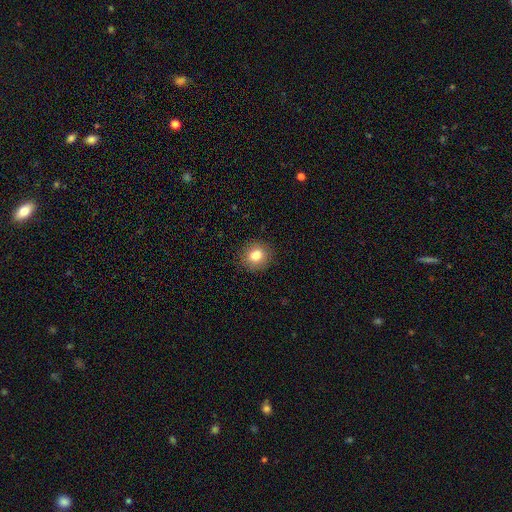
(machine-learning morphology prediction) Smooth or featured?
  - smooth: 81% *
  - star or artifact: 10%
  - featured or disk: 8%
How rounded?
  - round: 82% *
  - in between: 17%
  - cigar-shaped: 1%
Merging?
  - none: 89% *
  - minor disturbance: 7%
  - major disturbance: 2%
  - merger: 1%